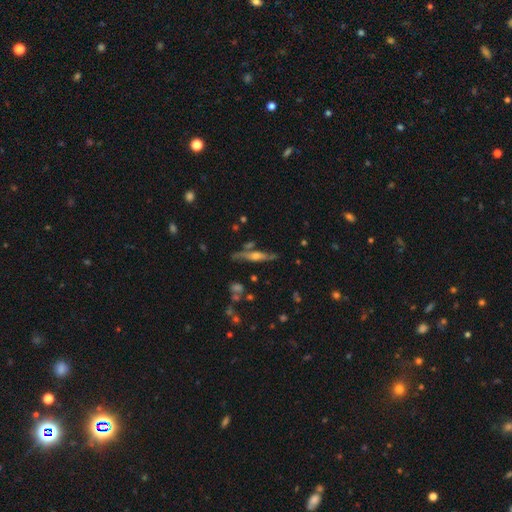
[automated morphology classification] smooth_or_featured: featured or disk (p=0.63) [alt: smooth p=0.29]
disk_edge_on: yes (p=0.89) [alt: no p=0.11]
edge_on_bulge: rounded (p=0.81) [alt: none p=0.11]
merging: none (p=0.71) [alt: minor disturbance p=0.17]